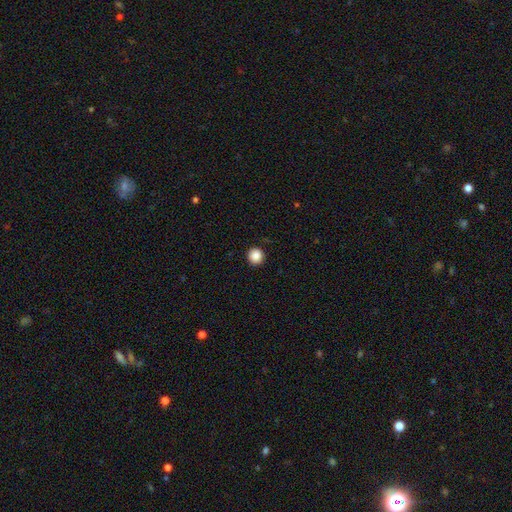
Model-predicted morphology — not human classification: A smooth galaxy with no disk features (88%) that is round (95%). Merging: none (93%).